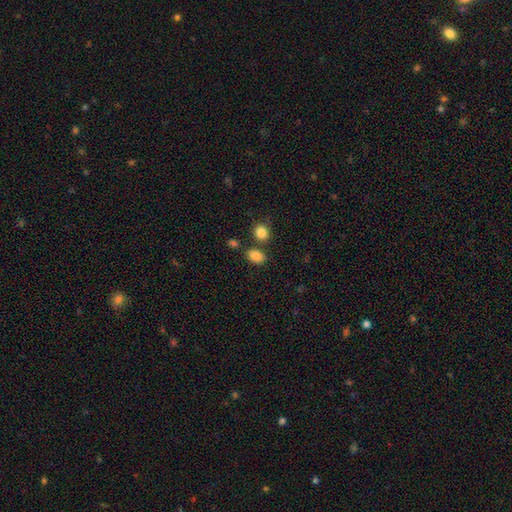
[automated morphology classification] smooth_or_featured: smooth (p=0.86) [alt: star or artifact p=0.10]
how_rounded: in between (p=0.75) [alt: round p=0.23]
merging: none (p=0.73) [alt: merger p=0.12]